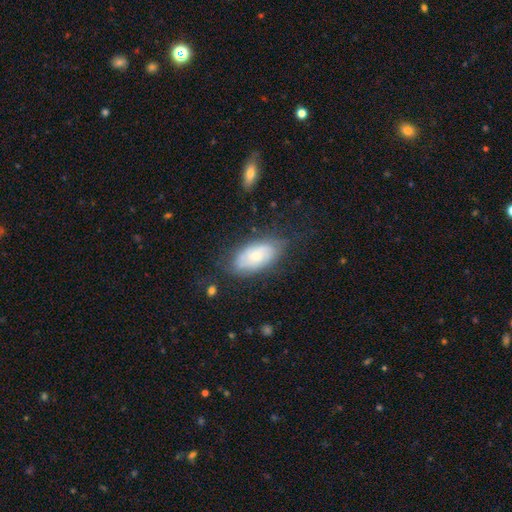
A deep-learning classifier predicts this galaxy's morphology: Q: Smooth or featured?
A: featured or disk (49%); runner-up: smooth (43%)
Q: Merging?
A: none (67%); runner-up: minor disturbance (23%)